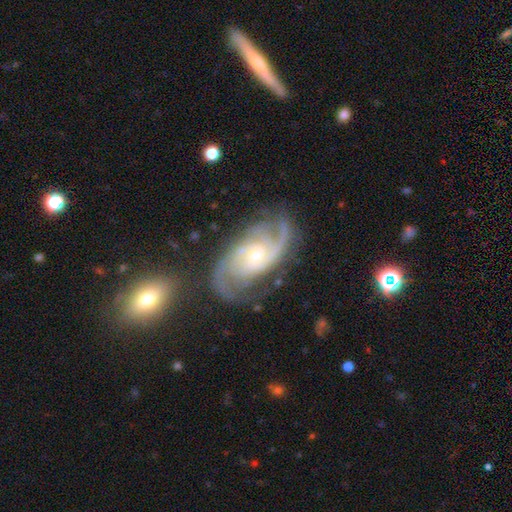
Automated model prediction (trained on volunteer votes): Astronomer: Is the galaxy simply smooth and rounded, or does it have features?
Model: featured or disk — 91%.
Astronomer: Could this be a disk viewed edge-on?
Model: no — 97%.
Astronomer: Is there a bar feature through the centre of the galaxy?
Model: no — 53% (runner-up: weak, 38%).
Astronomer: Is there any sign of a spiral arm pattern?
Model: yes — 98%.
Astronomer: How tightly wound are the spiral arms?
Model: medium — 45%, tied with tight at 45%.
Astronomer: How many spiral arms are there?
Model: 2 — 48% (runner-up: 3, 28%).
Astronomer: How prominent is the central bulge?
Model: small — 51% (runner-up: moderate, 45%).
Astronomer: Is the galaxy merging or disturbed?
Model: none — 72%.